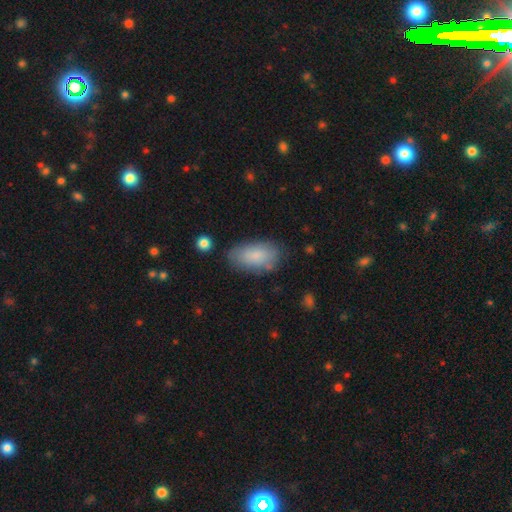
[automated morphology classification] A smooth galaxy with no disk features (81%) that is in between round and cigar-shaped (94%). Merging: none (74%).